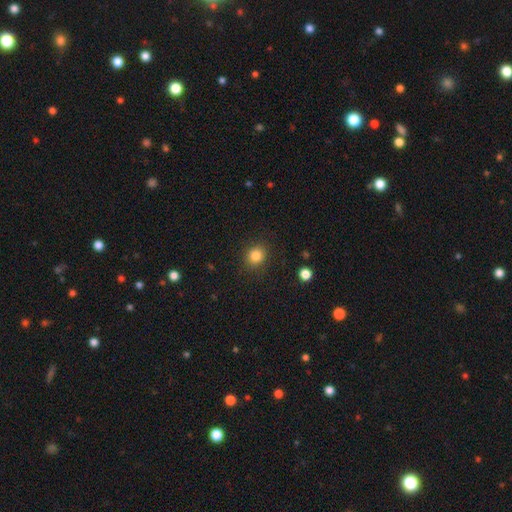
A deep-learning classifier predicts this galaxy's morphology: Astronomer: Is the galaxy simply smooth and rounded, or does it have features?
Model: smooth — 84%.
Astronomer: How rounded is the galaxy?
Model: round — 77%.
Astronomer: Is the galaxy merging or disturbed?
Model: none — 88%.